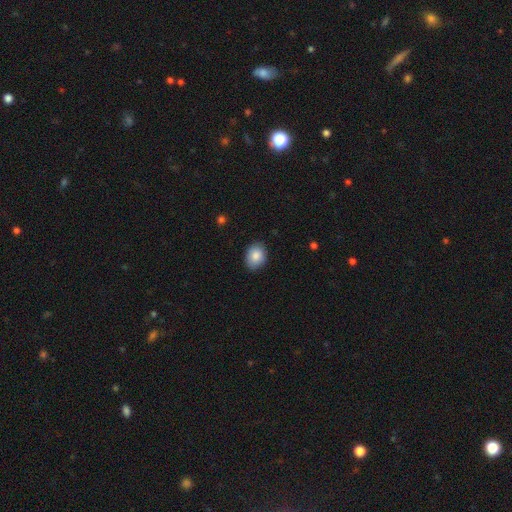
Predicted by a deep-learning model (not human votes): Smooth or featured? smooth (86%)
How rounded? in between (66%)
Merging? none (85%)